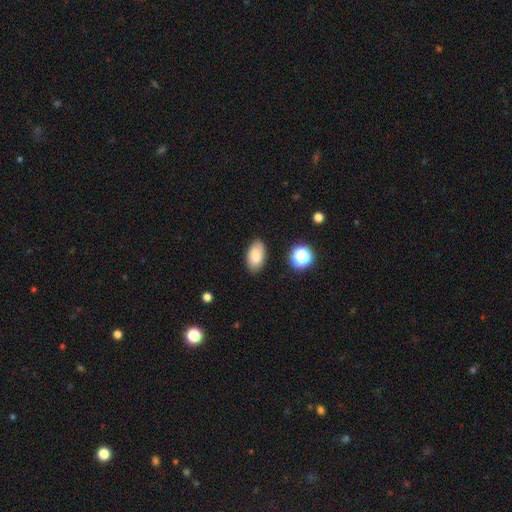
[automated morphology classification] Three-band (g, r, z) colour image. It shows a smooth galaxy with no disk features (81%) that is in between round and cigar-shaped (93%). Merging: none (85%).